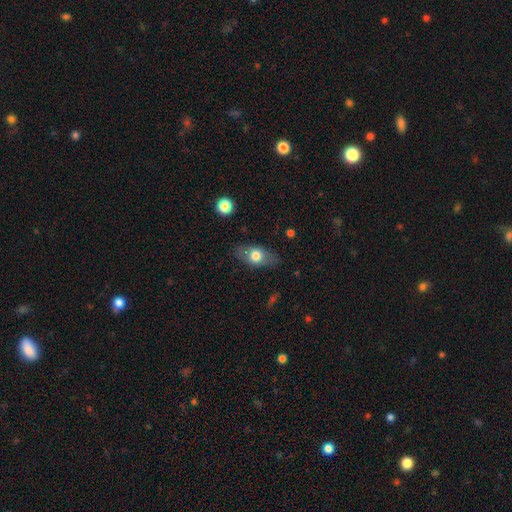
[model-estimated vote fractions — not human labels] Overall: smooth (67%). How rounded: in between (79%). Merging: none (80%).